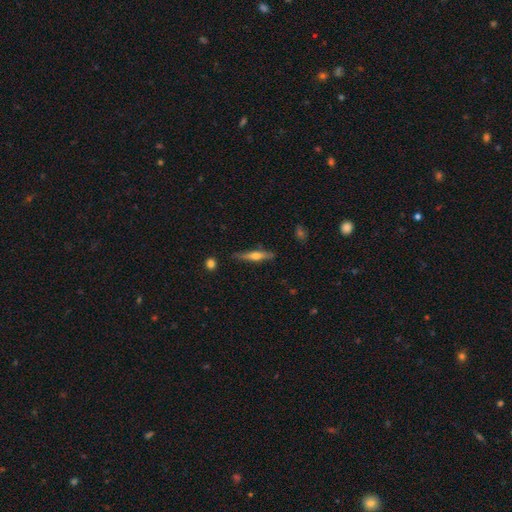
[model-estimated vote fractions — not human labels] Q: Smooth or featured?
A: featured or disk (49%); runner-up: smooth (45%)
Q: Merging?
A: none (83%); runner-up: minor disturbance (12%)